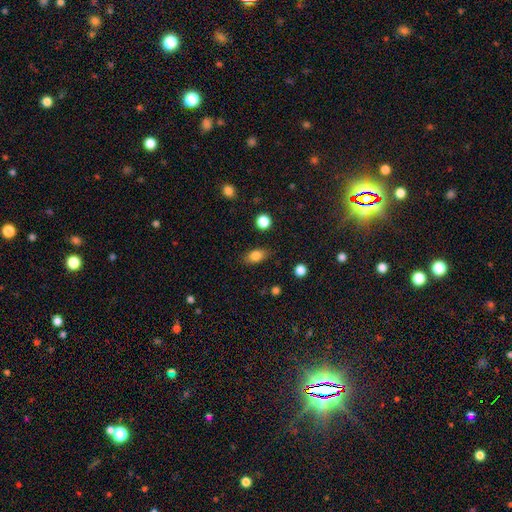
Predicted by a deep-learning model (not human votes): Smooth or featured: smooth — 82% (star or artifact — 9%)
How rounded: in between — 81% (round — 14%)
Merging: none — 83% (minor disturbance — 12%)